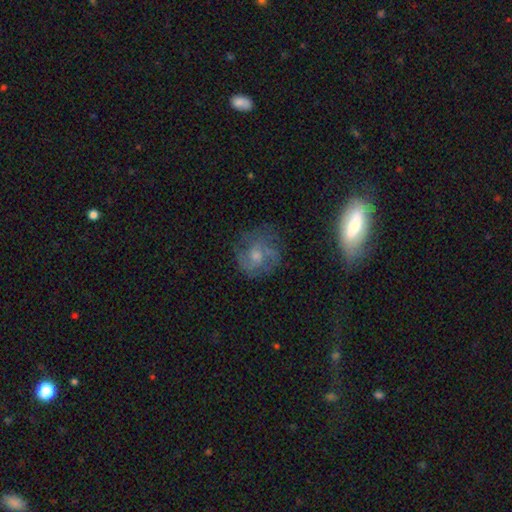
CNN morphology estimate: A featured or disk galaxy (62%) with no bar (72%), spiral arms (81%) and a moderate central bulge (49%). Merging: none (64%).